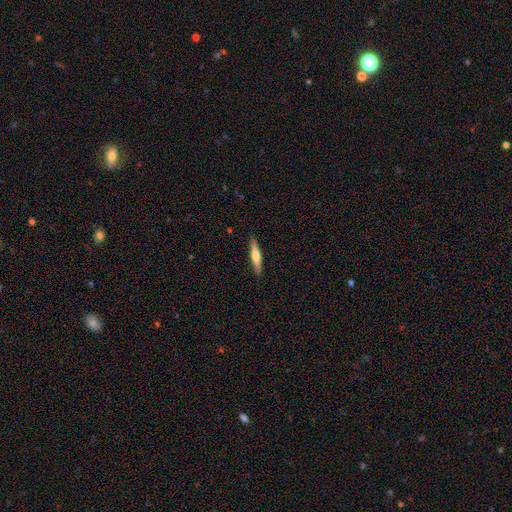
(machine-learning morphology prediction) smooth 55%, featured or disk 39%, star or artifact 5%. Down the decision tree: how rounded — cigar-shaped (88%); merging — none (90%).